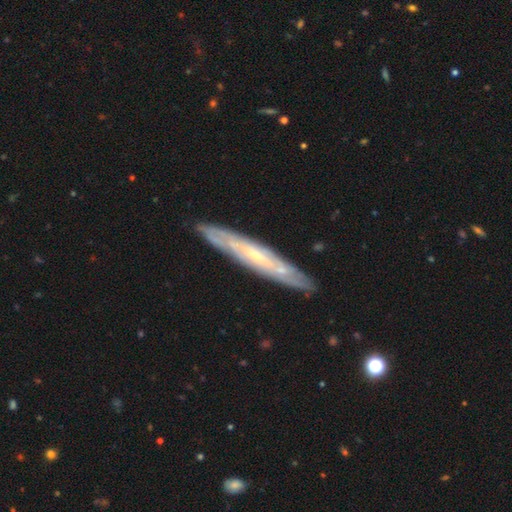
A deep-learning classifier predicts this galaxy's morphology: Q: Smooth or featured?
A: featured or disk (74%); runner-up: smooth (20%)
Q: Edge-on disk?
A: yes (62%); runner-up: no (38%)
Q: Merging?
A: none (86%); runner-up: minor disturbance (11%)